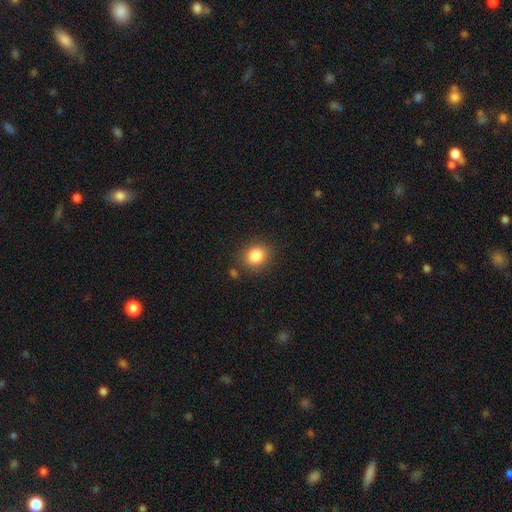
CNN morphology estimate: A smooth galaxy with no disk features (84%) that is round (69%).

Vote fractions:
- Smooth or featured? smooth: 84% / star or artifact: 10% / featured or disk: 6%
- How rounded? round: 69% / in between: 30% / cigar-shaped: 1%
- Merging? none: 83% / minor disturbance: 10% / merger: 3% / major disturbance: 3%